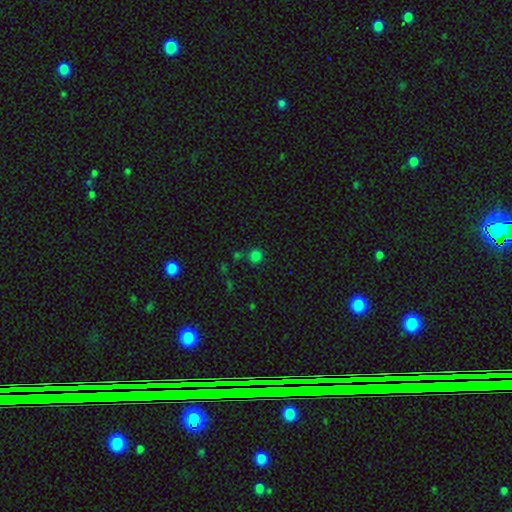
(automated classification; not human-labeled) A smooth galaxy with no disk features (75%) that is round (90%).

Vote fractions:
- Smooth or featured? smooth: 75% / star or artifact: 21% / featured or disk: 4%
- How rounded? round: 90% / in between: 9% / cigar-shaped: 1%
- Merging? none: 76% / merger: 10% / minor disturbance: 10% / major disturbance: 4%